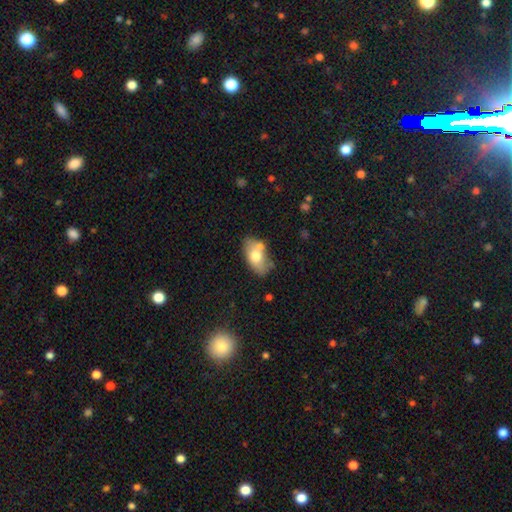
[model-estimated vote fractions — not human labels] The model was most divided on "smooth or featured": smooth: 66%, featured or disk: 28%, star or artifact: 7%. More confident: how rounded — in between (91%); merging — none (58%).